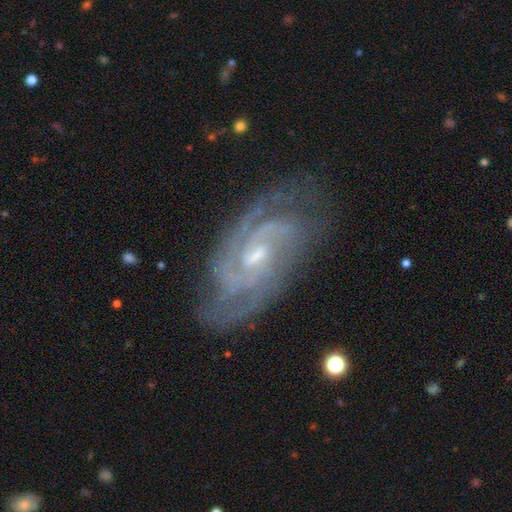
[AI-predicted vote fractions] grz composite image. It shows a featured or disk galaxy (91%) with a weak bar (45%), 2 (32%) tight (62%) spiral arms (98%) and a small central bulge (60%). Merging: none (78%).